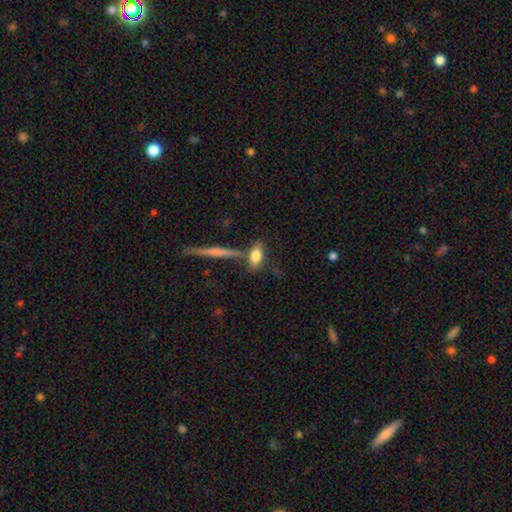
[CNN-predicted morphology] smooth 71%, featured or disk 21%, star or artifact 8%. Down the decision tree: how rounded — in between (70%); merging — none (57%).